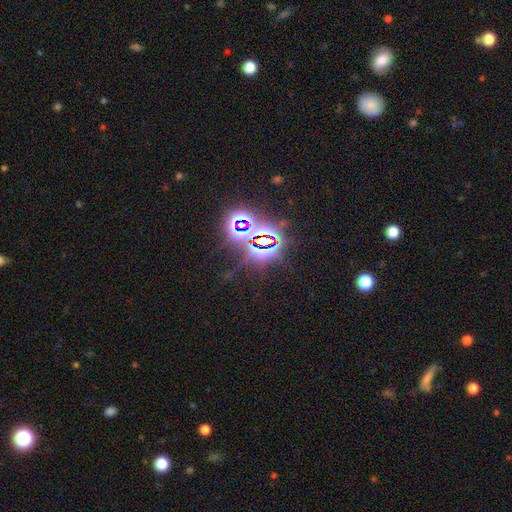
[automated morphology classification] smooth_or_featured: star or artifact (p=0.66) [alt: smooth p=0.20]